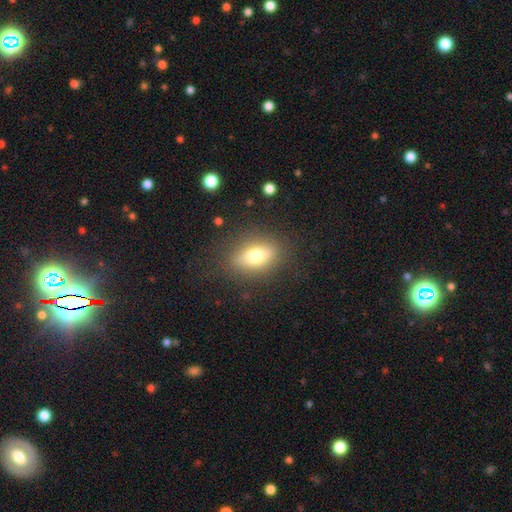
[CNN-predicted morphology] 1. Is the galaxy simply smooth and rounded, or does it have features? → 68% smooth, 22% featured or disk, 10% star or artifact.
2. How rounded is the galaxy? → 73% in between, 20% round, 7% cigar-shaped.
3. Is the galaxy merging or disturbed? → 83% none, 11% minor disturbance, 5% major disturbance, 1% merger.